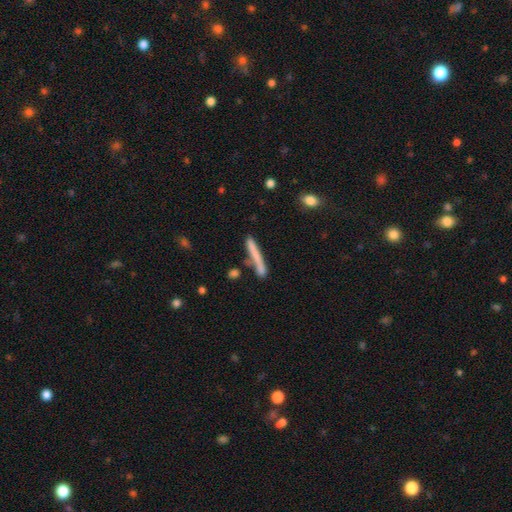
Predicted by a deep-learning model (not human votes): Smooth or featured? smooth (64%)
How rounded? cigar-shaped (95%)
Merging? none (70%)